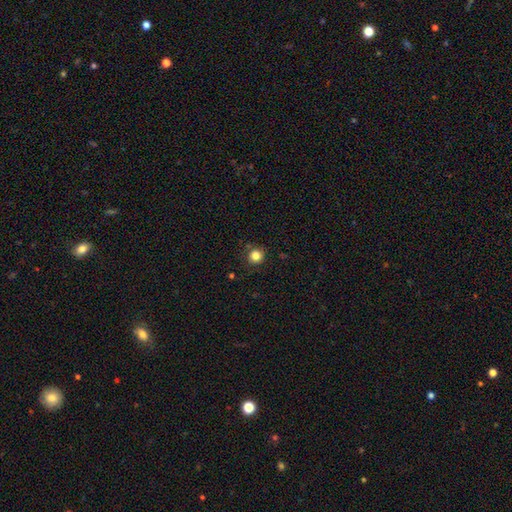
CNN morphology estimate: Smooth or featured: smooth — 83% (star or artifact — 12%)
How rounded: round — 92% (in between — 7%)
Merging: none — 85% (minor disturbance — 10%)